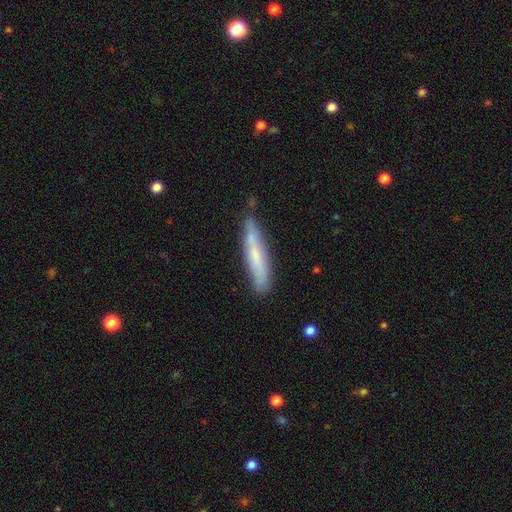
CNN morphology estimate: This is possibly a smooth galaxy (55%). How rounded: clearly cigar-shaped (90%). Merging: likely none (76%).